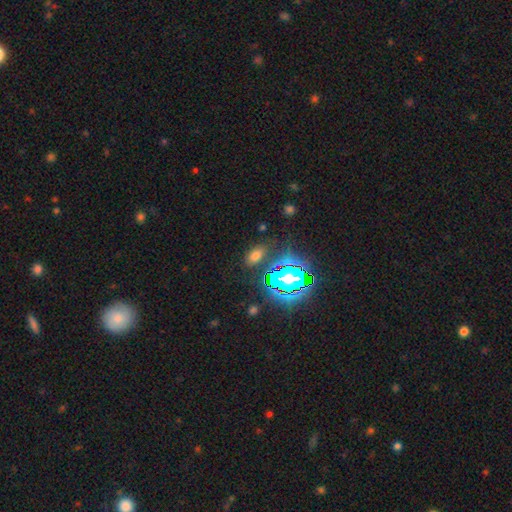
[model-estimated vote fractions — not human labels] Smooth or featured? smooth (59%)
How rounded? in between (87%)
Merging? none (81%)